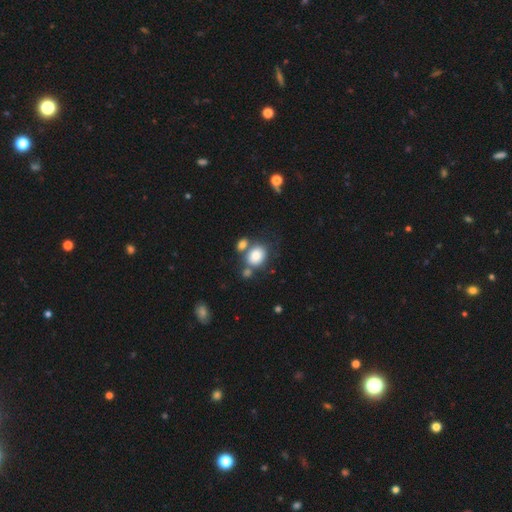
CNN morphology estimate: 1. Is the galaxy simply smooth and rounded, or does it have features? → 82% smooth, 9% star or artifact, 9% featured or disk.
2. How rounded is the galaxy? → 52% round, 47% in between, 1% cigar-shaped.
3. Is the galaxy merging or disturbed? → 49% none, 31% merger, 14% minor disturbance, 6% major disturbance.